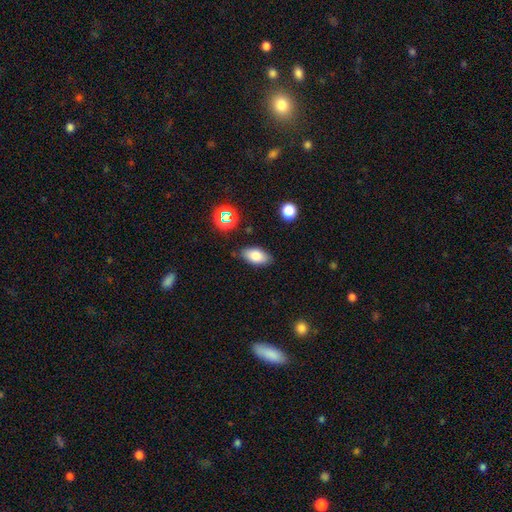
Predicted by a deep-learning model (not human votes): The model was most divided on "smooth or featured": smooth: 80%, featured or disk: 10%, star or artifact: 10%. More confident: how rounded — in between (92%); merging — none (83%).